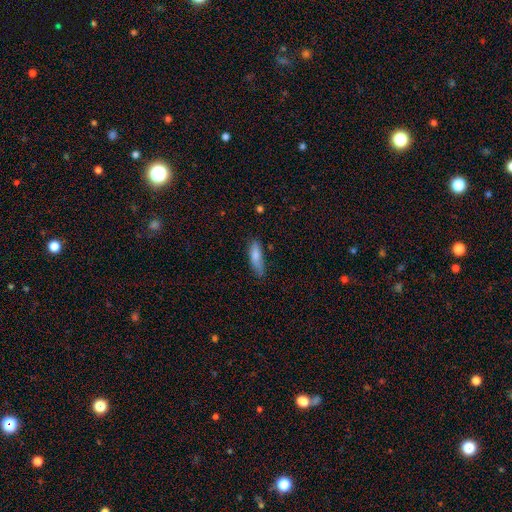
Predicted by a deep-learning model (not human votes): This is likely a smooth galaxy (79%). How rounded: possibly cigar-shaped (55%). Merging: likely none (63%).